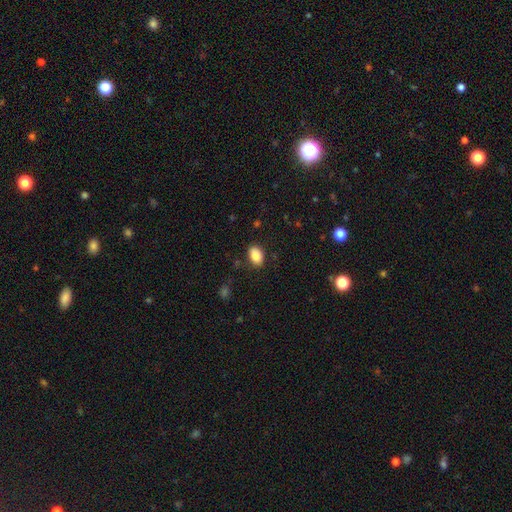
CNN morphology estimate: Smooth or featured? Predicted: smooth (p=0.87). How rounded? Predicted: in between (p=0.86). Merging? Predicted: none (p=0.86).